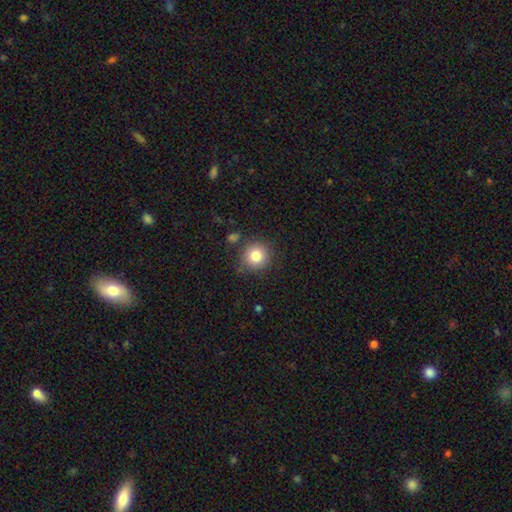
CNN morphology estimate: smooth-or-featured: smooth: 82% | star or artifact: 10% | featured or disk: 8%
  how-rounded: round: 93% | in between: 6% | cigar-shaped: 1%
  merging: none: 82% | minor disturbance: 11% | merger: 4% | major disturbance: 3%